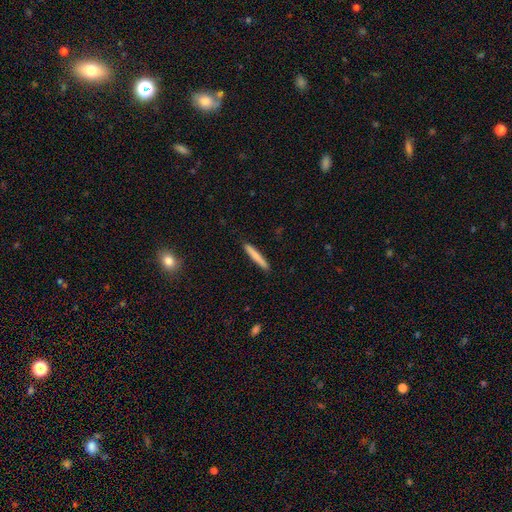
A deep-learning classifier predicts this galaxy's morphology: Smooth or featured? Predicted: smooth (p=0.78). How rounded? Predicted: cigar-shaped (p=0.95). Merging? Predicted: none (p=0.91).